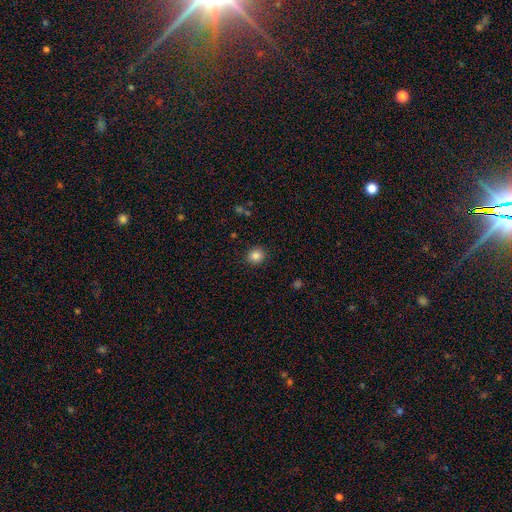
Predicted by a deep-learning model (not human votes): A smooth galaxy with no disk features (85%) that is round (83%). Merging: none (91%).